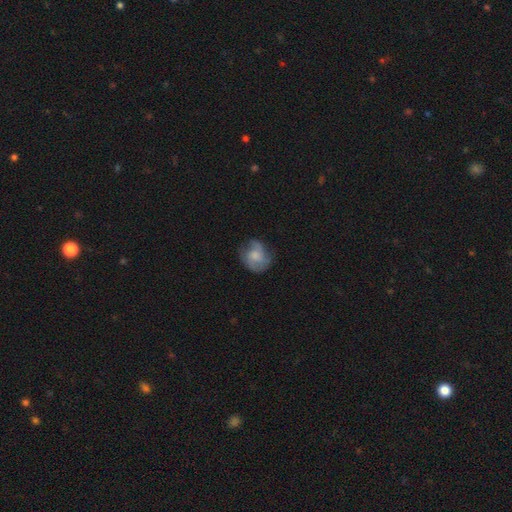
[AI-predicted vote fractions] Q: Smooth or featured?
A: featured or disk (47%); runner-up: smooth (45%)
Q: Merging?
A: none (60%); runner-up: minor disturbance (26%)